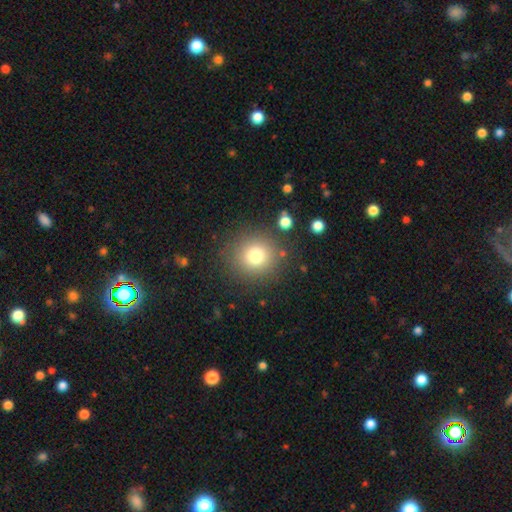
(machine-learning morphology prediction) Smooth or featured? smooth (77%)
How rounded? round (91%)
Merging? none (84%)